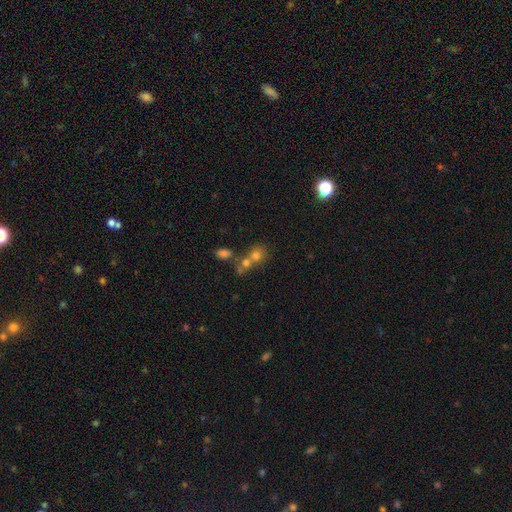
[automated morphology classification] type=smooth (66%); roundness=round (72%); merging=merger (50%).